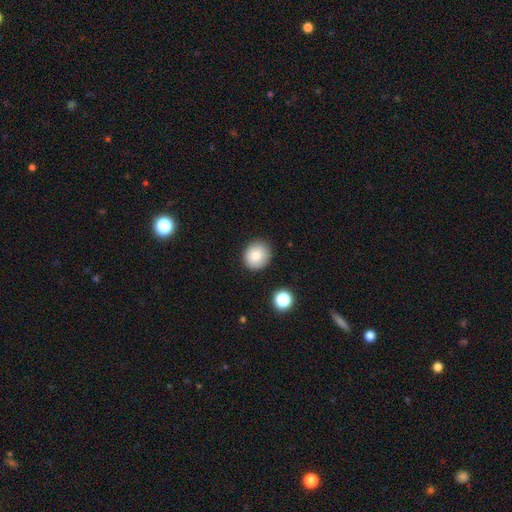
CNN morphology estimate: Smooth or featured: smooth — 84% (star or artifact — 10%)
How rounded: round — 81% (in between — 19%)
Merging: none — 87% (minor disturbance — 9%)